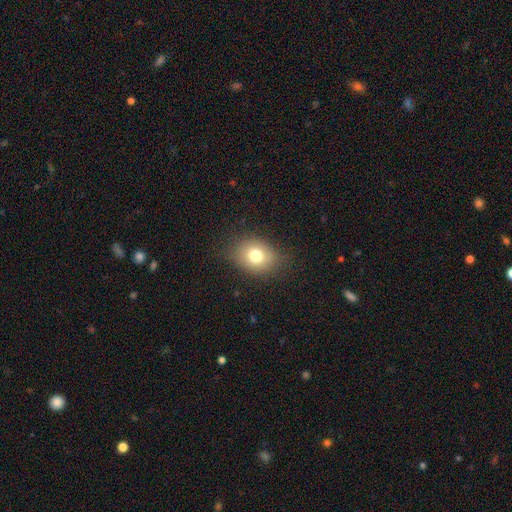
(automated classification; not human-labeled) This appears to be a smooth galaxy with no disk features (75%) that is in between round and cigar-shaped (52%). Merging: none (79%).